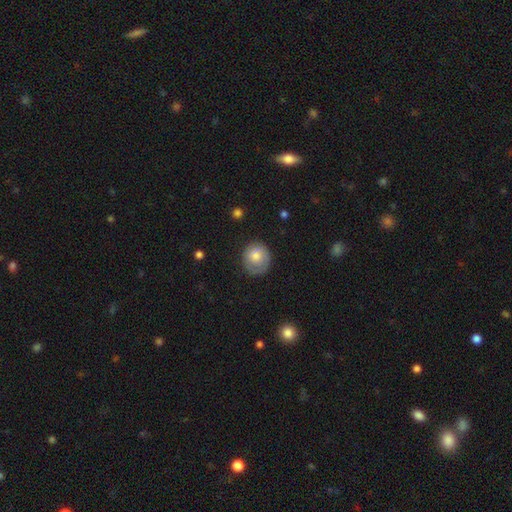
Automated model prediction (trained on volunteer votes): Q: Smooth or featured?
A: smooth (71%); runner-up: featured or disk (23%)
Q: How rounded?
A: round (81%); runner-up: in between (18%)
Q: Merging?
A: none (71%); runner-up: minor disturbance (20%)